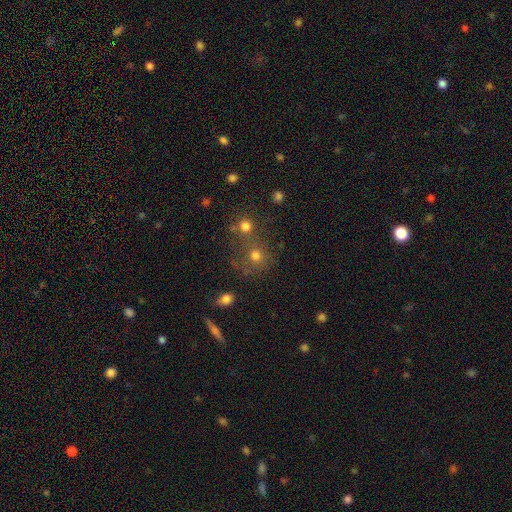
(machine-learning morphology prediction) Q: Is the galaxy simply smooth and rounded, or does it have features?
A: smooth — 72%.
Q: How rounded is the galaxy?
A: round — 86%.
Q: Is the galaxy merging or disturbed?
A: none — 53%.